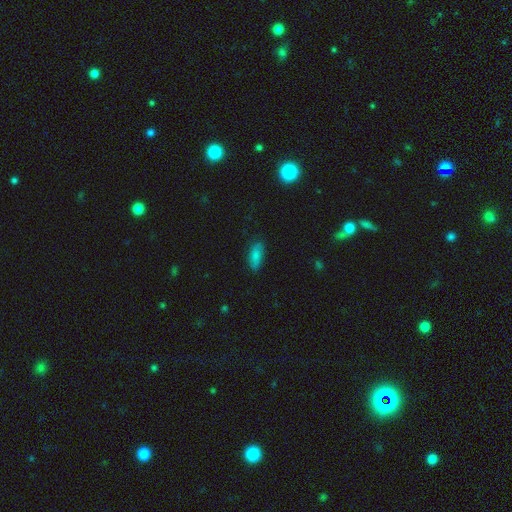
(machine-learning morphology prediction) This appears to be a smooth galaxy with no disk features (81%) that is in between round and cigar-shaped (78%). Merging: none (79%).